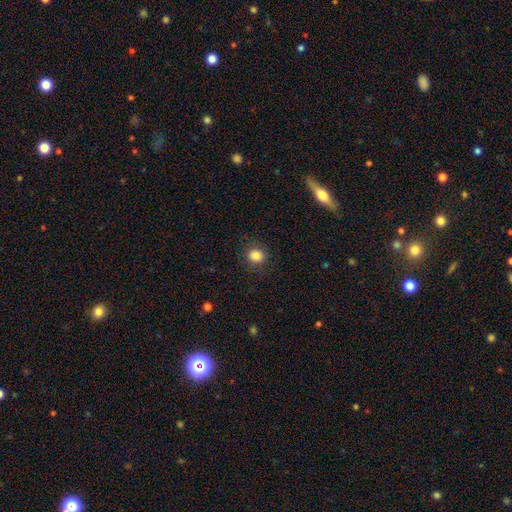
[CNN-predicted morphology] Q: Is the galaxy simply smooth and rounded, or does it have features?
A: smooth — 85%.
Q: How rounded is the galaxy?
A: round — 78%.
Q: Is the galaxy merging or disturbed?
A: none — 87%.